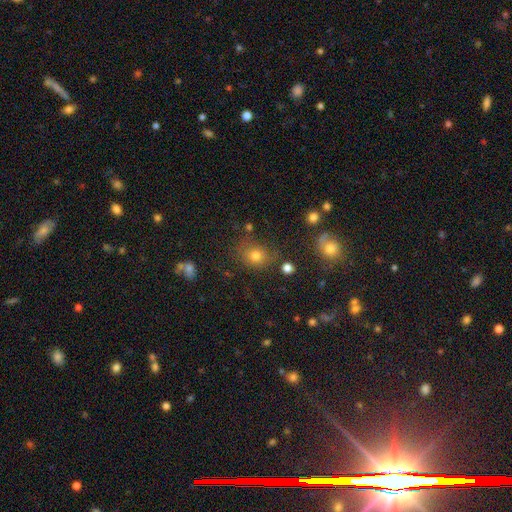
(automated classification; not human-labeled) smooth_or_featured: smooth (p=0.73) [alt: star or artifact p=0.17]
how_rounded: round (p=0.72) [alt: in between p=0.27]
merging: none (p=0.71) [alt: minor disturbance p=0.16]